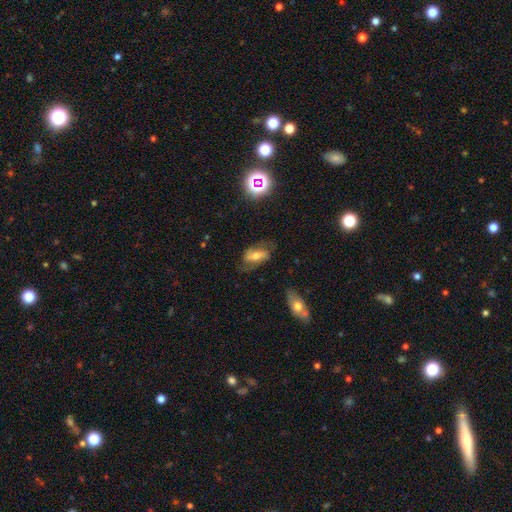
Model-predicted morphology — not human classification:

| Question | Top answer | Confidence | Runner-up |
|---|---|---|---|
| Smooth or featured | featured or disk | 61% | smooth (27%) |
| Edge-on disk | no | 91% | yes (9%) |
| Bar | strong | 39% | weak (34%) |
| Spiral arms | yes | 85% | no (15%) |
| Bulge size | moderate | 56% | small (30%) |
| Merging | none | 68% | minor disturbance (20%) |